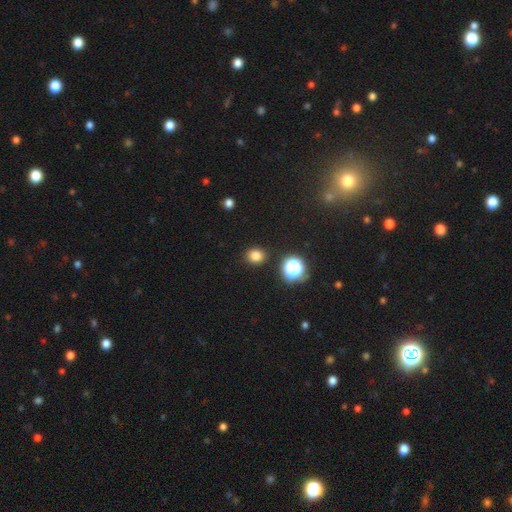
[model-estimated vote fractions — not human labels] smooth_or_featured: smooth (p=0.80) [alt: star or artifact p=0.16]
how_rounded: round (p=0.70) [alt: in between p=0.29]
merging: none (p=0.88) [alt: minor disturbance p=0.07]